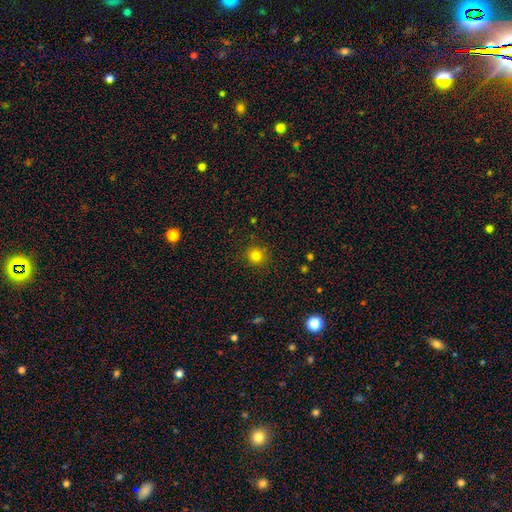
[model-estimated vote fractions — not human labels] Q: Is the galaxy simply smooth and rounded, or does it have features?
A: smooth — 81%.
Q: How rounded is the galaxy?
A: round — 92%.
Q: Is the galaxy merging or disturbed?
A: none — 89%.